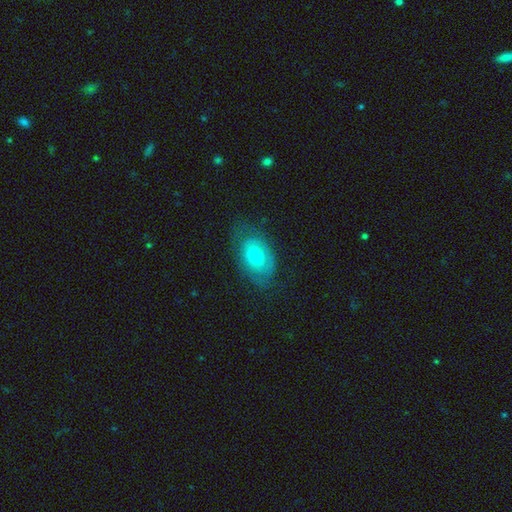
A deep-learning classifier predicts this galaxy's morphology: Smooth or featured?
  - smooth: 48% *
  - featured or disk: 45%
  - star or artifact: 7%
Merging?
  - none: 65% *
  - minor disturbance: 23%
  - major disturbance: 11%
  - merger: 1%